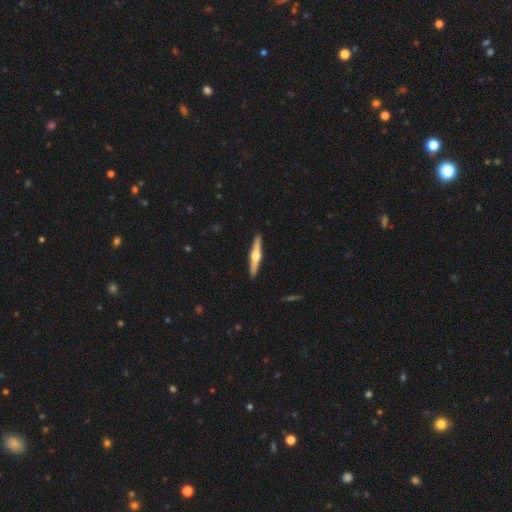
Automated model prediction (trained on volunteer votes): Overall: featured or disk (72%). Edge-on disk: yes (98%). Edge-on bulge: rounded (96%). Merging: none (92%).